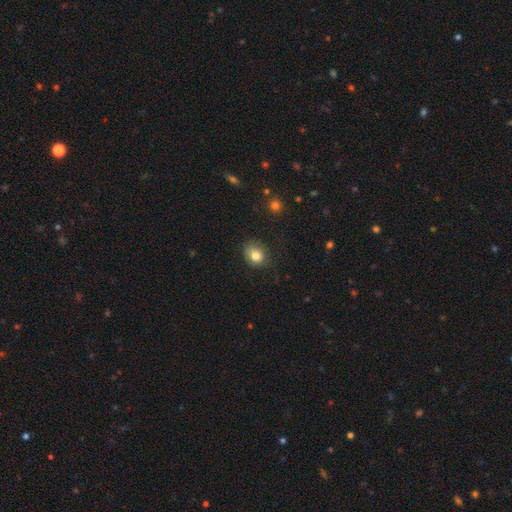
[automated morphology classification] This is clearly a smooth galaxy (82%). How rounded: likely round (63%). Merging: likely none (73%).